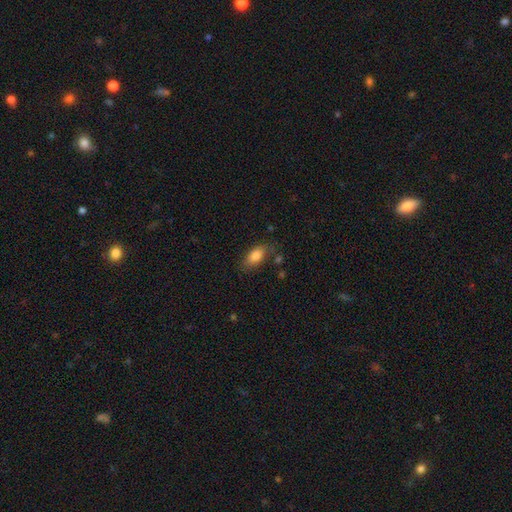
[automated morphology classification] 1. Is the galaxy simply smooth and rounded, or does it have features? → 82% smooth, 10% featured or disk, 8% star or artifact.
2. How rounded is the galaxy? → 88% in between, 7% cigar-shaped, 5% round.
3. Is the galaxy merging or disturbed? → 72% none, 19% minor disturbance, 5% major disturbance, 4% merger.